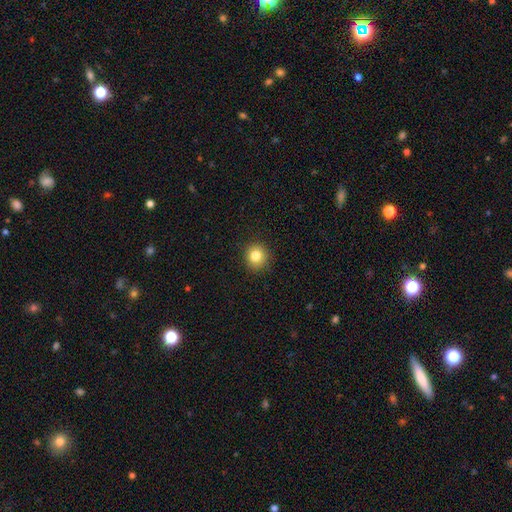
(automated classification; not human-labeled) Smooth or featured?
  - smooth: 83% *
  - star or artifact: 11%
  - featured or disk: 6%
How rounded?
  - round: 90% *
  - in between: 9%
  - cigar-shaped: 1%
Merging?
  - none: 91% *
  - minor disturbance: 6%
  - major disturbance: 2%
  - merger: 1%